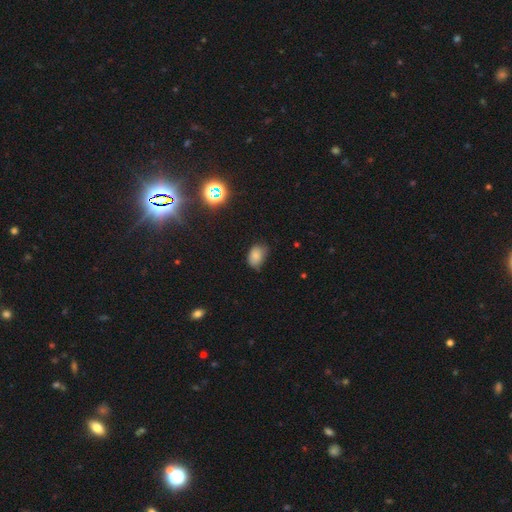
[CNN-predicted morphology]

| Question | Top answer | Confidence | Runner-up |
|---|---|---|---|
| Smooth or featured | smooth | 80% | star or artifact (12%) |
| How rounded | in between | 81% | round (18%) |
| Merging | none | 53% | minor disturbance (37%) |